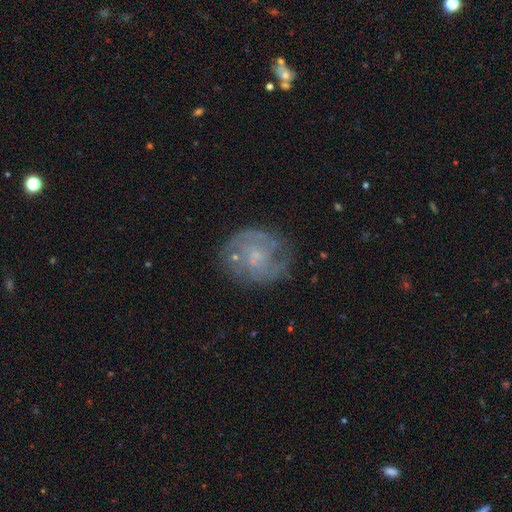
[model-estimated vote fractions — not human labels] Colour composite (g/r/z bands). It shows a featured or disk galaxy (73%) with no bar (65%), 2 (42%) tight (42%, tied with medium) spiral arms (83%) and a small central bulge (64%). Merging: none (71%).